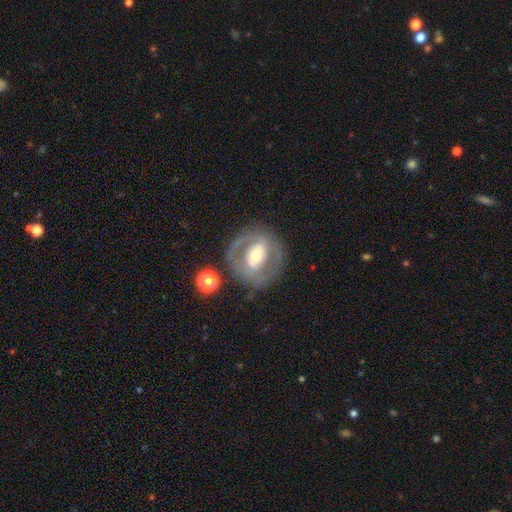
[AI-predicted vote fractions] Q: Smooth or featured?
A: featured or disk (65%); runner-up: smooth (28%)
Q: Edge-on disk?
A: no (95%); runner-up: yes (5%)
Q: Bar?
A: no (38%); runner-up: weak (32%)
Q: Spiral arms?
A: no (60%); runner-up: yes (40%)
Q: Bulge size?
A: moderate (66%); runner-up: small (21%)
Q: Merging?
A: none (73%); runner-up: minor disturbance (15%)